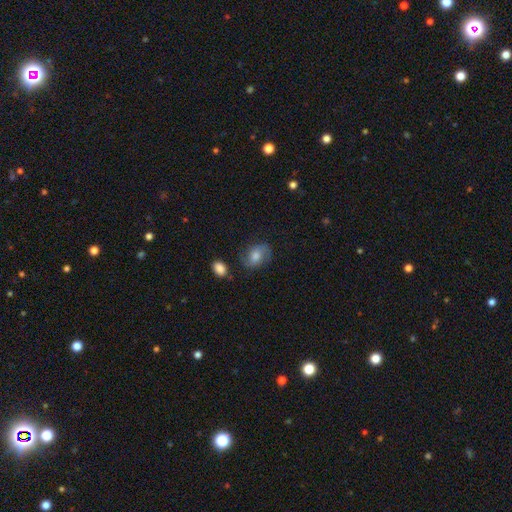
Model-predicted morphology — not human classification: smooth_or_featured: featured or disk (p=0.49) [alt: smooth p=0.41]
merging: none (p=0.74) [alt: minor disturbance p=0.17]